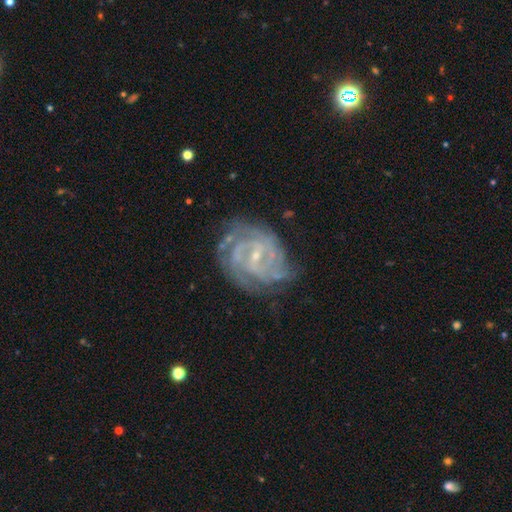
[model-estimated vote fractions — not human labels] smooth_or_featured: featured or disk (p=0.89) [alt: star or artifact p=0.06]
disk_edge_on: no (p=0.97) [alt: yes p=0.03]
bar: weak (p=0.52) [alt: no p=0.29]
has_spiral_arms: yes (p=0.97) [alt: no p=0.03]
spiral_winding: tight (p=0.64) [alt: medium p=0.31]
spiral_arm_count: can't tell (p=0.24) [tied with: 2 p=0.24]
bulge_size: small (p=0.76) [alt: moderate p=0.19]
merging: none (p=0.69) [alt: minor disturbance p=0.20]